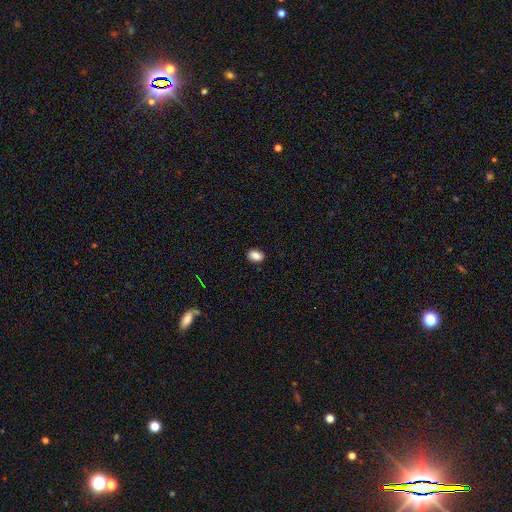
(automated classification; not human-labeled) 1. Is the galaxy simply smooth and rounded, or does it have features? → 88% smooth, 8% star or artifact, 3% featured or disk.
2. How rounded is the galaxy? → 82% in between, 17% round, 1% cigar-shaped.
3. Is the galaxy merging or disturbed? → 89% none, 8% minor disturbance, 2% major disturbance, 1% merger.